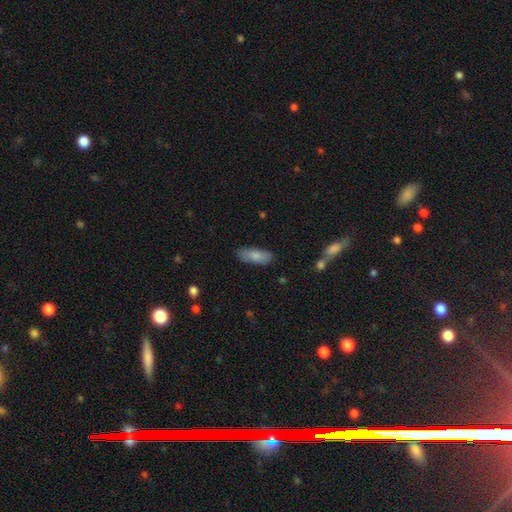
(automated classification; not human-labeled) Smooth or featured: smooth — 82% (featured or disk — 11%)
How rounded: in between — 73% (cigar-shaped — 25%)
Merging: none — 82% (minor disturbance — 13%)